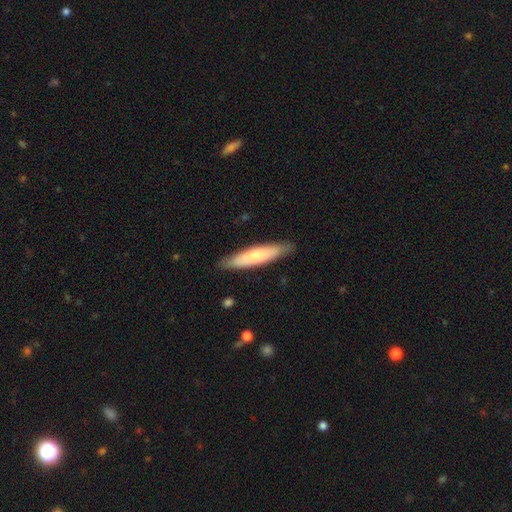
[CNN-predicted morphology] smooth-or-featured: smooth: 66% | featured or disk: 29% | star or artifact: 5%
  how-rounded: cigar-shaped: 80% | in between: 19% | round: 1%
  merging: none: 86% | minor disturbance: 11% | major disturbance: 2% | merger: 1%